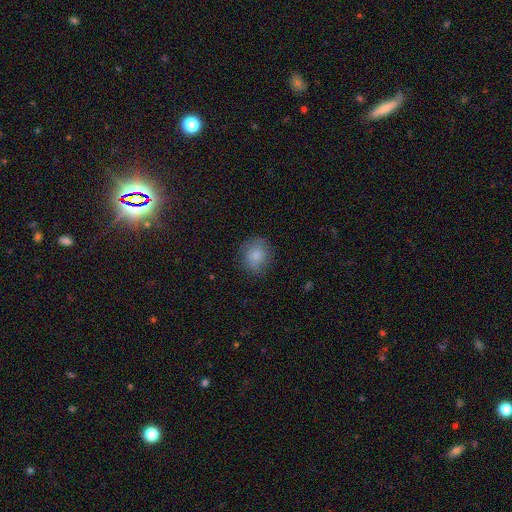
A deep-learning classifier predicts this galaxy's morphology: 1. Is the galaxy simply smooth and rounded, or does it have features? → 84% smooth, 8% star or artifact, 7% featured or disk.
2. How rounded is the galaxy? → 71% round, 28% in between, 1% cigar-shaped.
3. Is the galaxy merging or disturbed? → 81% none, 14% minor disturbance, 4% major disturbance, 1% merger.